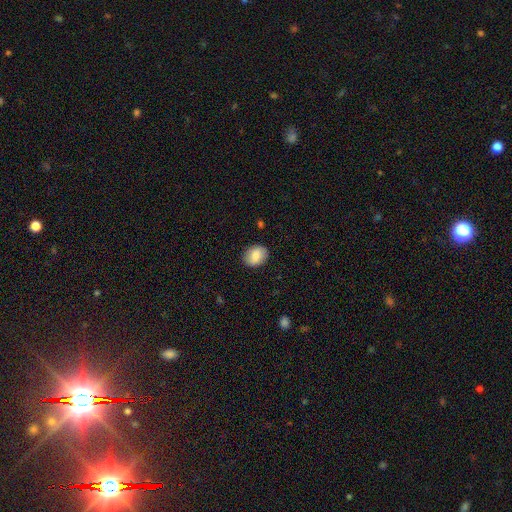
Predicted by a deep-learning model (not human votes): This appears to be a smooth galaxy with no disk features (84%) that is in between round and cigar-shaped (64%). Merging: none (85%).